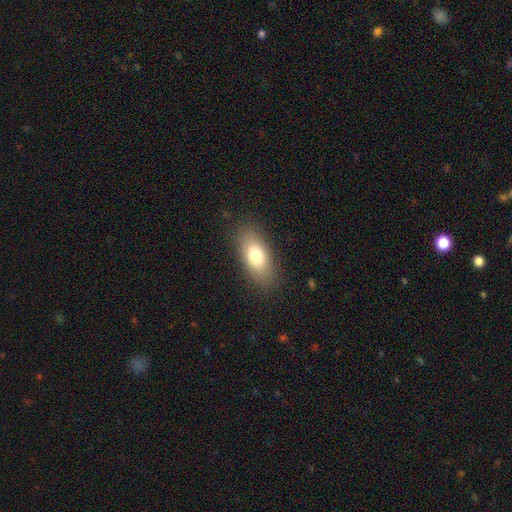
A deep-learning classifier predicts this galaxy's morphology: A smooth galaxy with no disk features (78%) that is in between round and cigar-shaped (87%). Merging: none (85%).